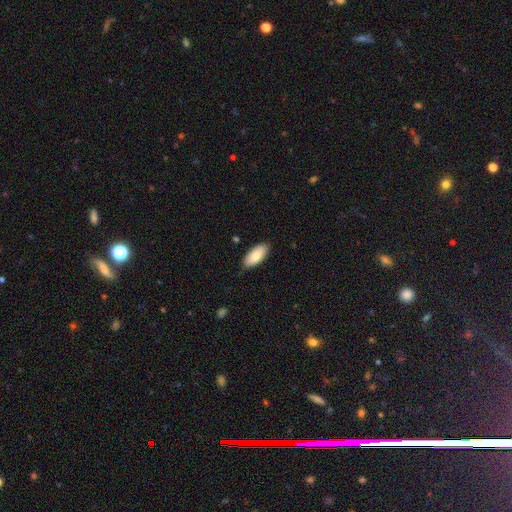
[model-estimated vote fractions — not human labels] This appears to be a smooth galaxy with no disk features (83%) that is in between round and cigar-shaped (91%). Merging: none (81%).